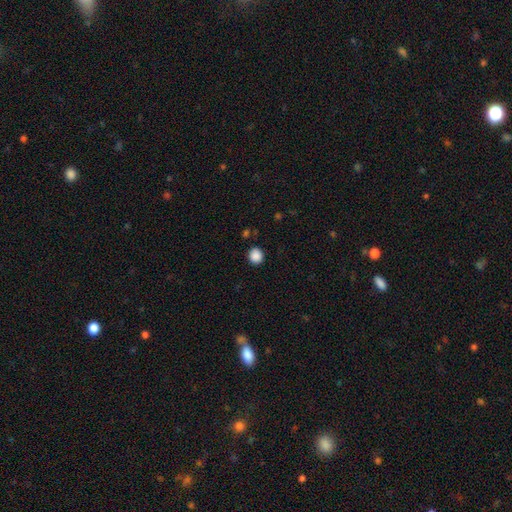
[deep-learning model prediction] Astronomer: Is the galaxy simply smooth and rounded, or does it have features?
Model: smooth — 88%.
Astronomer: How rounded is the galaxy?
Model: round — 84%.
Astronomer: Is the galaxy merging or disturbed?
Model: none — 89%.